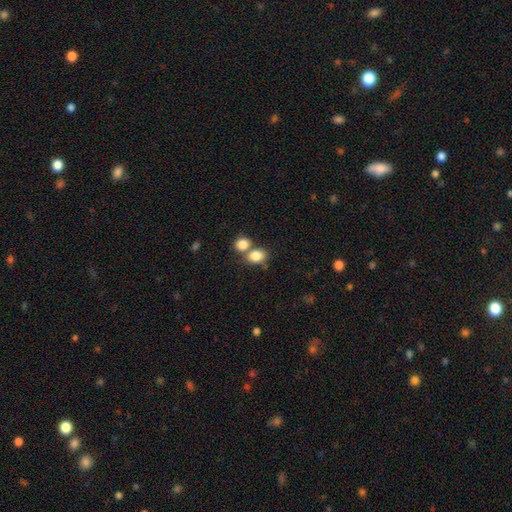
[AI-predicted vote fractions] smooth 83%, star or artifact 10%, featured or disk 8%. Down the decision tree: how rounded — in between (50%); merging — merger (44%, tied with none).